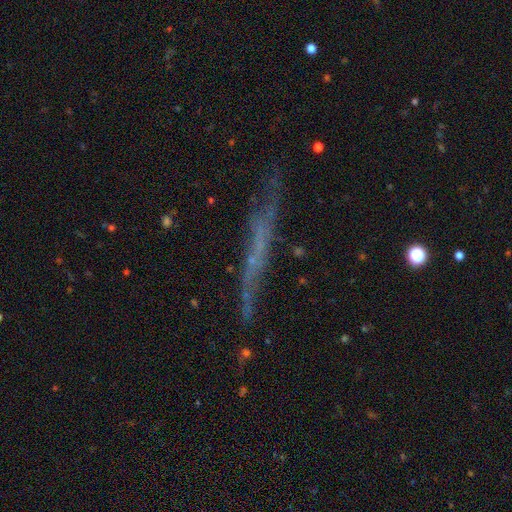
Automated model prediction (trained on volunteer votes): Q: Smooth or featured?
A: featured or disk (56%); runner-up: smooth (30%)
Q: Edge-on disk?
A: yes (85%); runner-up: no (15%)
Q: Merging?
A: none (75%); runner-up: minor disturbance (17%)